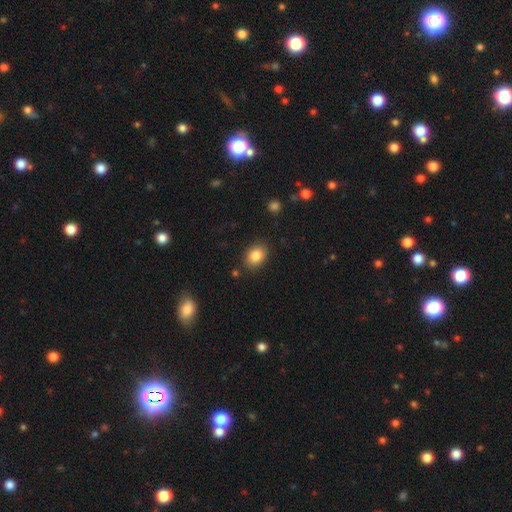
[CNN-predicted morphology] Smooth or featured?
  - smooth: 85% *
  - star or artifact: 9%
  - featured or disk: 7%
How rounded?
  - in between: 71% *
  - round: 28%
  - cigar-shaped: 1%
Merging?
  - none: 84% *
  - minor disturbance: 11%
  - major disturbance: 3%
  - merger: 2%